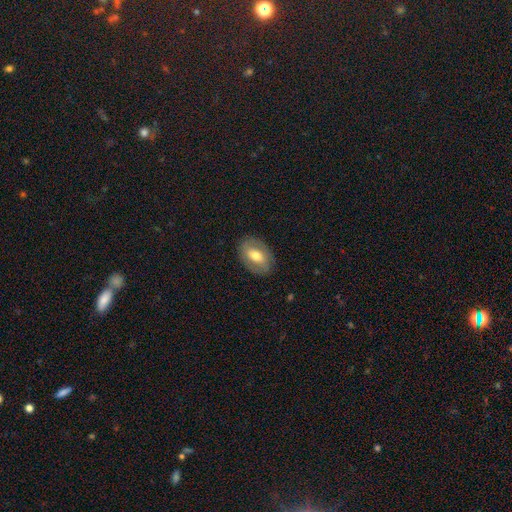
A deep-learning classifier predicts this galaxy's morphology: smooth_or_featured: smooth (p=0.56) [alt: featured or disk p=0.38]
how_rounded: in between (p=0.85) [alt: round p=0.13]
merging: none (p=0.84) [alt: minor disturbance p=0.11]